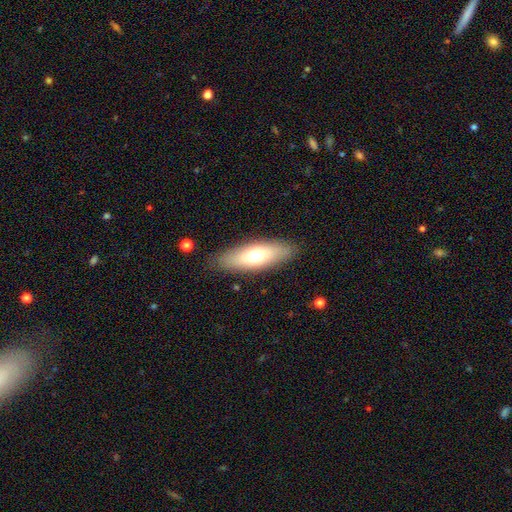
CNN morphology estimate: Overall: smooth (64%; featured or disk 29%). How rounded: in between (63%; cigar-shaped 34%). Merging: none (86%).